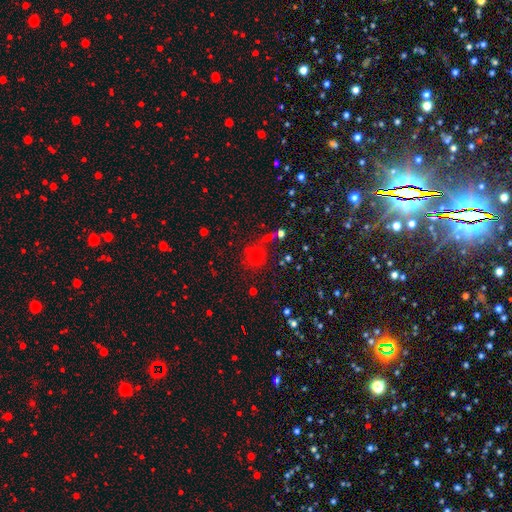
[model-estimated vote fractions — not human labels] A smooth galaxy with no disk features (65%) that is round (90%).

Vote fractions:
- Smooth or featured? smooth: 65% / star or artifact: 26% / featured or disk: 8%
- How rounded? round: 90% / in between: 9% / cigar-shaped: 1%
- Merging? none: 73% / merger: 11% / minor disturbance: 10% / major disturbance: 5%